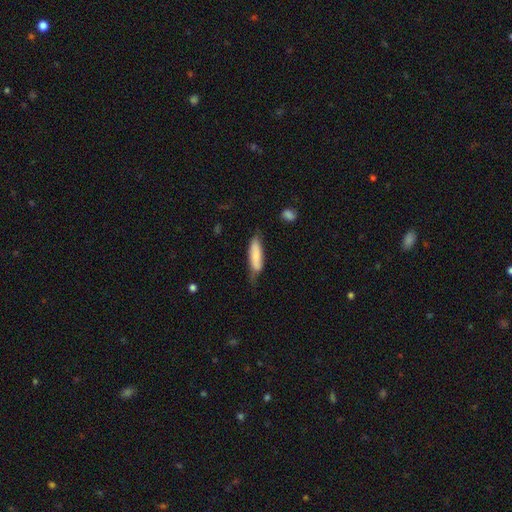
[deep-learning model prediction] Smooth or featured: smooth — 74% (featured or disk — 20%)
How rounded: cigar-shaped — 61% (in between — 38%)
Merging: none — 50% (minor disturbance — 36%)